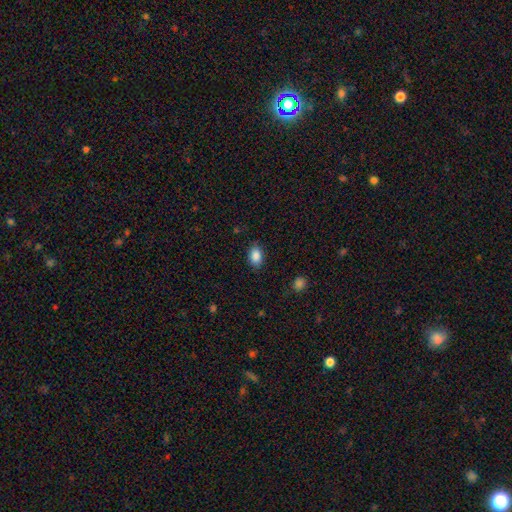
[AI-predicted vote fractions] The model was most divided on "merging": none: 84%, minor disturbance: 12%, major disturbance: 3%, merger: 1%. More confident: smooth or featured — smooth (88%); how rounded — in between (88%).